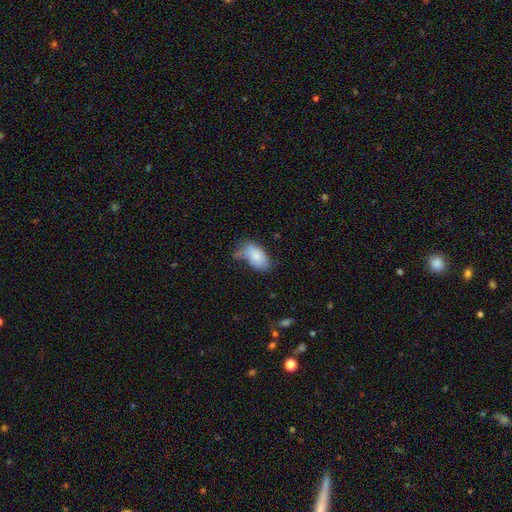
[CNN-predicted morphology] type=smooth (82%); roundness=in between (94%); merging=none (38%).